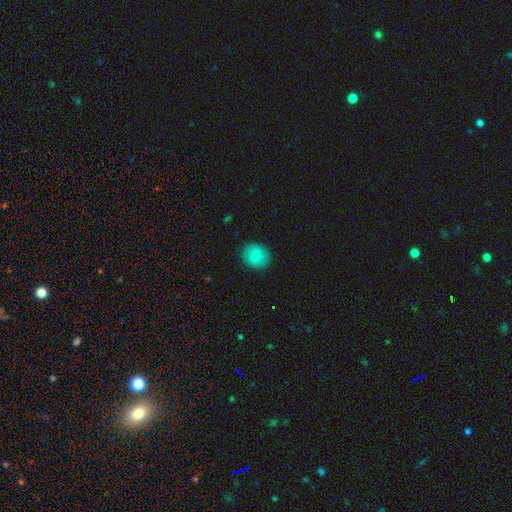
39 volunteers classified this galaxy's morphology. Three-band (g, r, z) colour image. It shows a smooth galaxy with no disk features (67%) that is round (81%). Merging: none (89%).